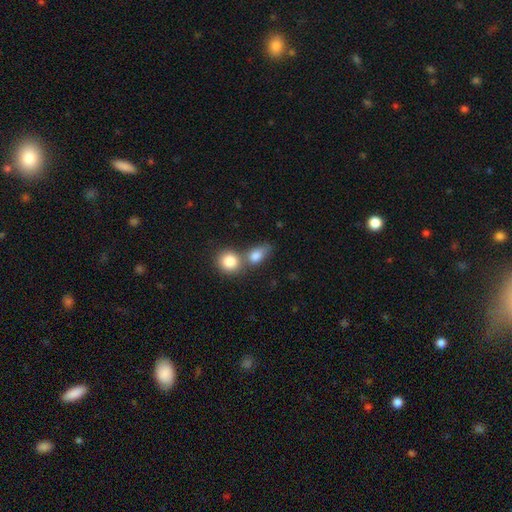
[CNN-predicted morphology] This appears to be a smooth galaxy with no disk features (82%) that is in between round and cigar-shaped (65%). Merging: merger (51%).